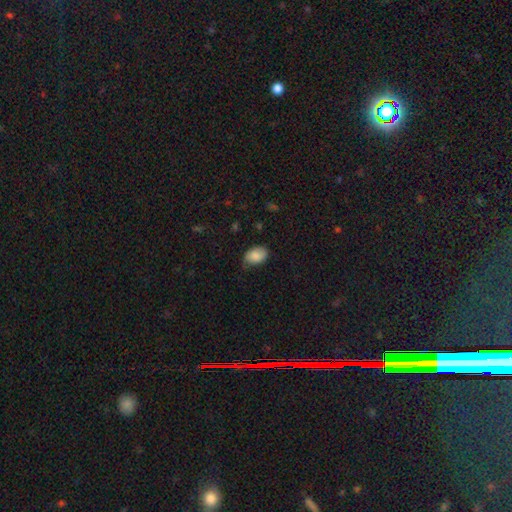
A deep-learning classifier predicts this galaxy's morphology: type=smooth (86%); roundness=in between (87%); merging=none (67%).